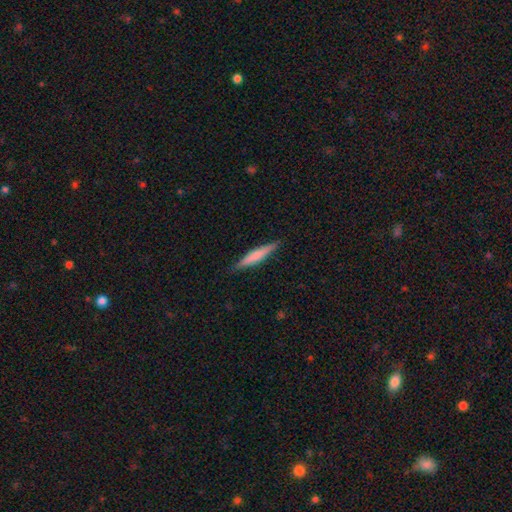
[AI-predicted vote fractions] This is possibly a smooth galaxy (59%). How rounded: clearly cigar-shaped (92%). Merging: clearly none (89%).